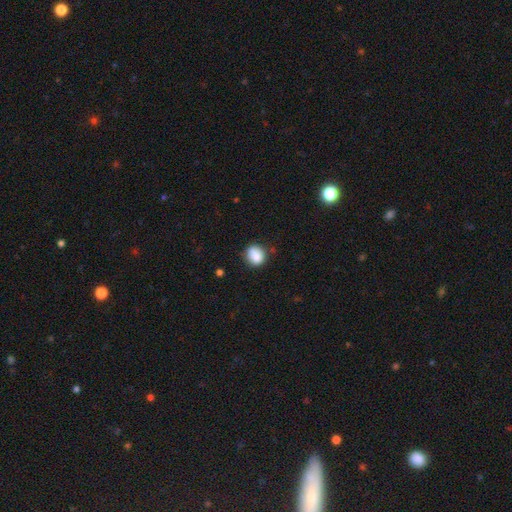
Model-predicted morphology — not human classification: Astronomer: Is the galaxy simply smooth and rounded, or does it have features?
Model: smooth — 85%.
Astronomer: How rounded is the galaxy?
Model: round — 68%.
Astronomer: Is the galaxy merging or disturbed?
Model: none — 74%.